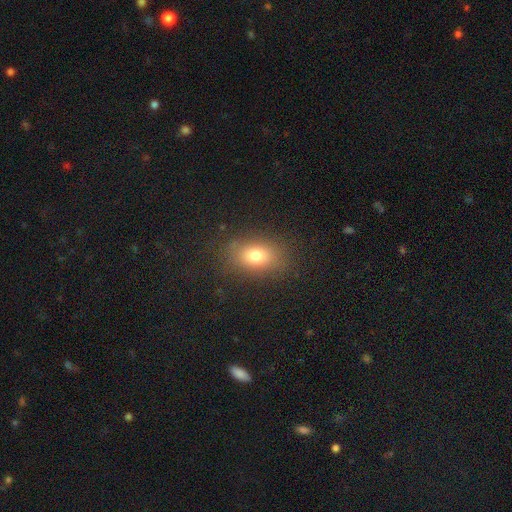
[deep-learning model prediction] Morphology: type=smooth (77%); roundness=in between (79%); merging=none (82%).